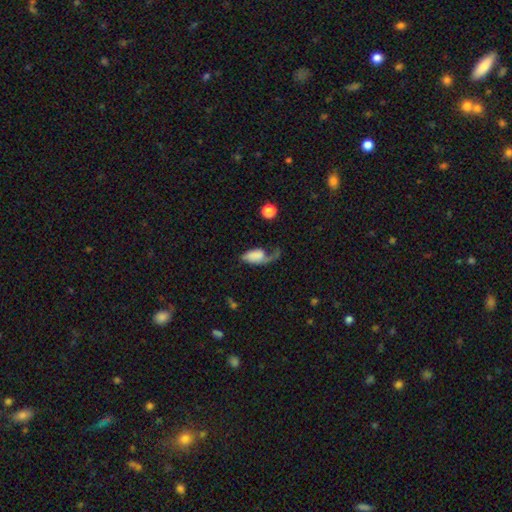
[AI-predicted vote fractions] A smooth galaxy with no disk features (59%) that is in between round and cigar-shaped (89%).

Vote fractions:
- Smooth or featured? smooth: 59% / featured or disk: 33% / star or artifact: 9%
- How rounded? in between: 89% / round: 7% / cigar-shaped: 4%
- Merging? major disturbance: 52% / none: 22% / minor disturbance: 20% / merger: 6%